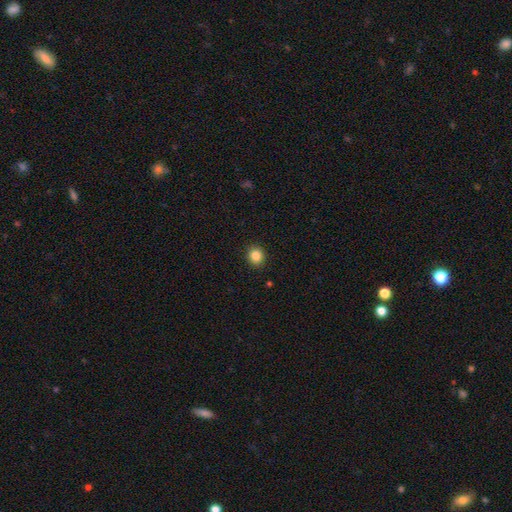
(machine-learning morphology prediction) Smooth or featured: smooth — 85% (star or artifact — 10%)
How rounded: round — 85% (in between — 14%)
Merging: none — 92% (minor disturbance — 5%)